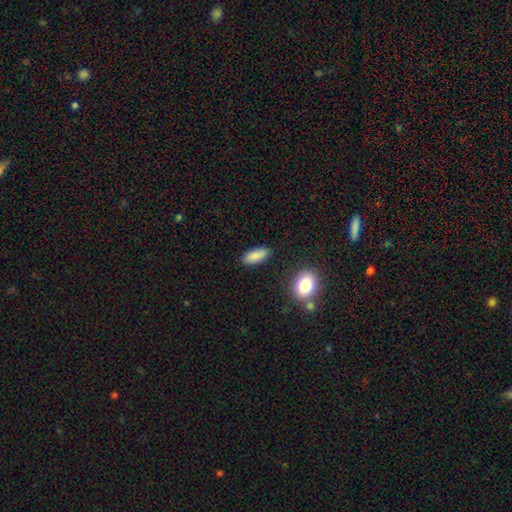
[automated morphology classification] Smooth or featured? smooth (87%)
How rounded? in between (77%)
Merging? none (86%)